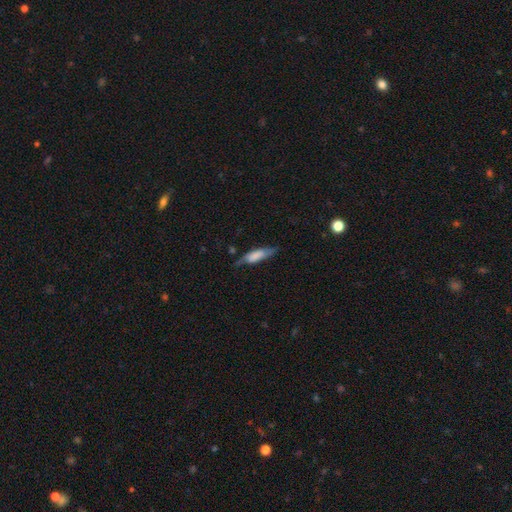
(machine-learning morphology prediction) type=smooth (68%); roundness=cigar-shaped (54%); merging=none (55%).